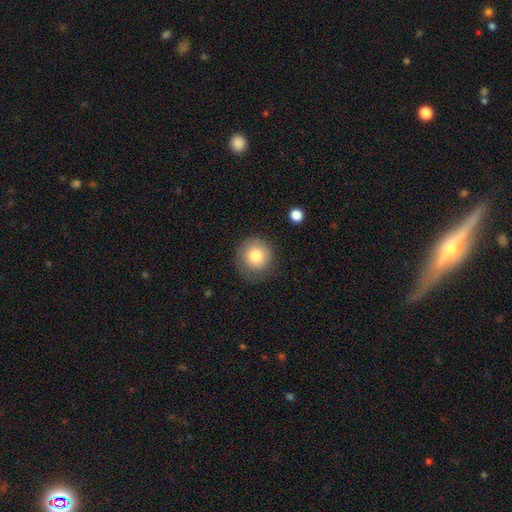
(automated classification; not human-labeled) A smooth galaxy with no disk features (80%) that is round (91%). Merging: none (74%).